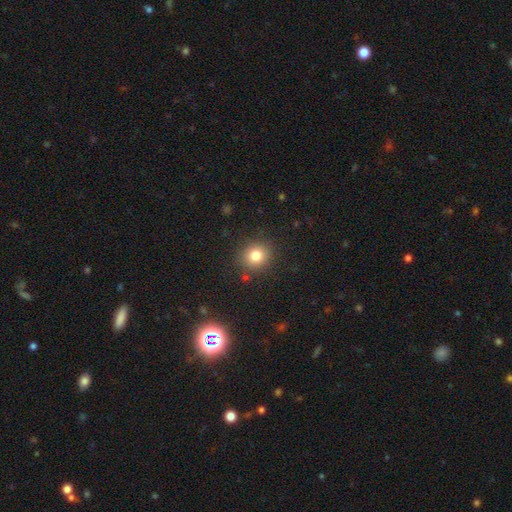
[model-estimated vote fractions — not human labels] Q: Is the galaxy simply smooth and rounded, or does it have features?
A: smooth — 80%.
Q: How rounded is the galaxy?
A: round — 81%.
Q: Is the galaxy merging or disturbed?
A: none — 87%.